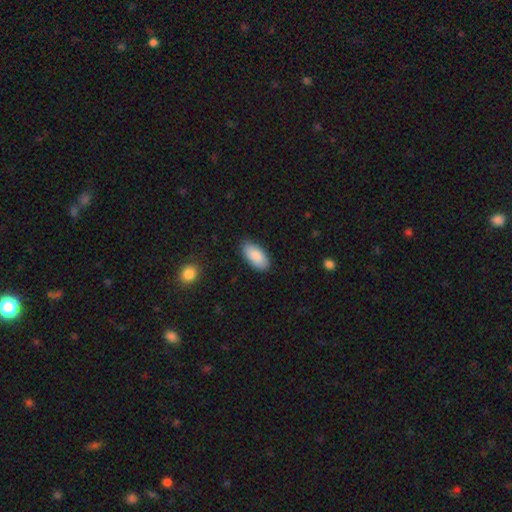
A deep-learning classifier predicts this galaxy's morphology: Smooth or featured? smooth (88%)
How rounded? in between (94%)
Merging? none (87%)